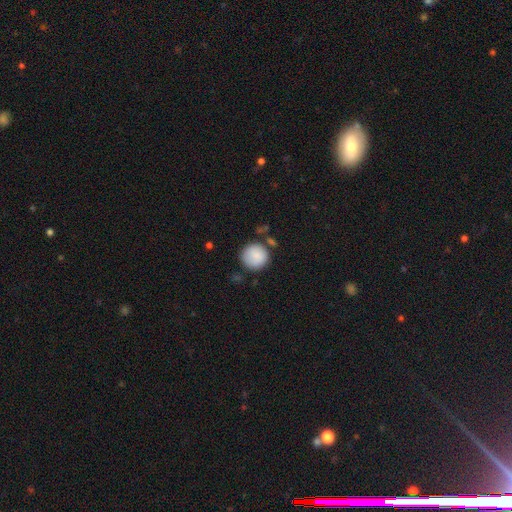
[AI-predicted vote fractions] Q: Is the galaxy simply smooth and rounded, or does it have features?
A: smooth — 87%.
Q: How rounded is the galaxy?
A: round — 93%.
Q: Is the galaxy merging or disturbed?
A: none — 74%.